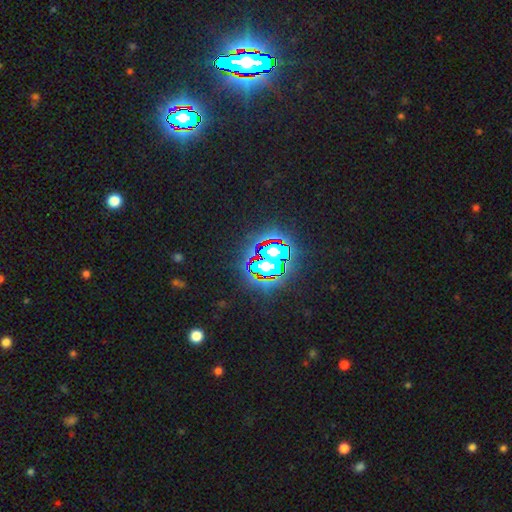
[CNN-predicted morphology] Q: Smooth or featured?
A: star or artifact (84%); runner-up: smooth (9%)